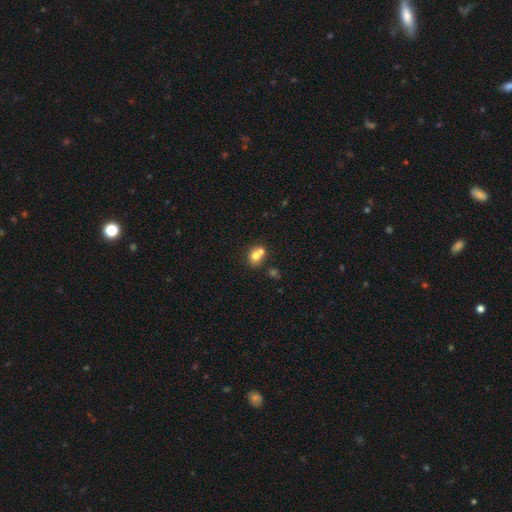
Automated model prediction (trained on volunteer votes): Smooth or featured?
  - smooth: 71% *
  - featured or disk: 17%
  - star or artifact: 12%
How rounded?
  - round: 68% *
  - in between: 32%
  - cigar-shaped: 1%
Merging?
  - merger: 56% *
  - none: 35%
  - minor disturbance: 7%
  - major disturbance: 3%